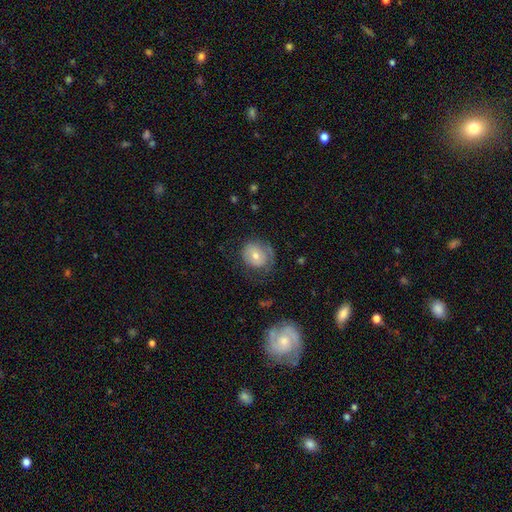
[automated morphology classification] type=smooth (56%); roundness=round (70%); merging=none (55%).